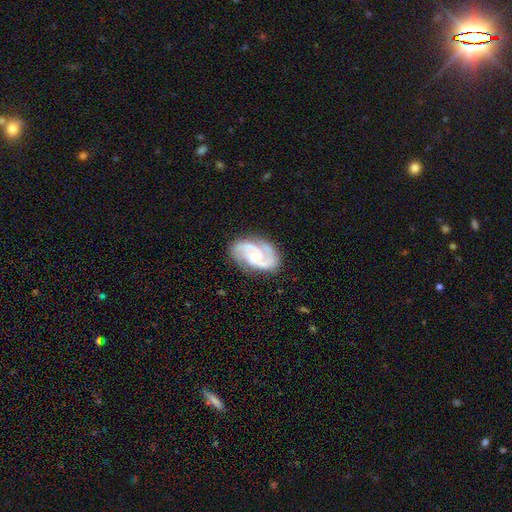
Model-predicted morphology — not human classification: smooth-or-featured: featured or disk: 88% | smooth: 7% | star or artifact: 5%
  disk-edge-on: no: 97% | yes: 3%
    bar: no: 57% | weak: 34% | strong: 8%
    has-spiral-arms: yes: 97% | no: 3%
      spiral-winding: medium: 53% | tight: 33% | loose: 14%
      spiral-arm-count: 2: 82% | 3: 8% | can't tell: 5% | 1: 2% | 4: 2% | more than 4: 2%
    bulge-size: small: 57% | moderate: 38% | none: 2% | large: 2% | dominant: 1%
  merging: none: 78% | minor disturbance: 15% | major disturbance: 5% | merger: 1%